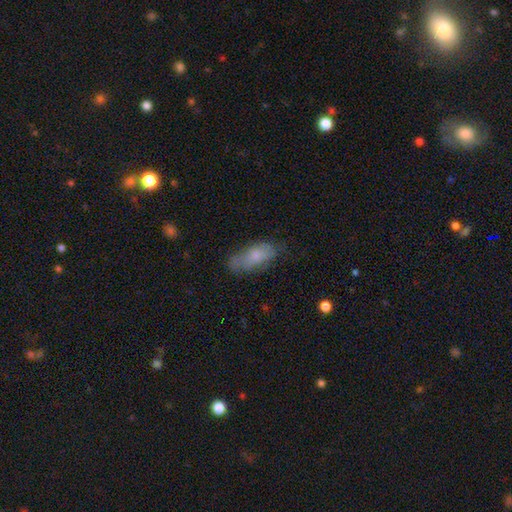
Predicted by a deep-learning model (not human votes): Smooth or featured? smooth (73%)
How rounded? in between (80%)
Merging? none (59%)